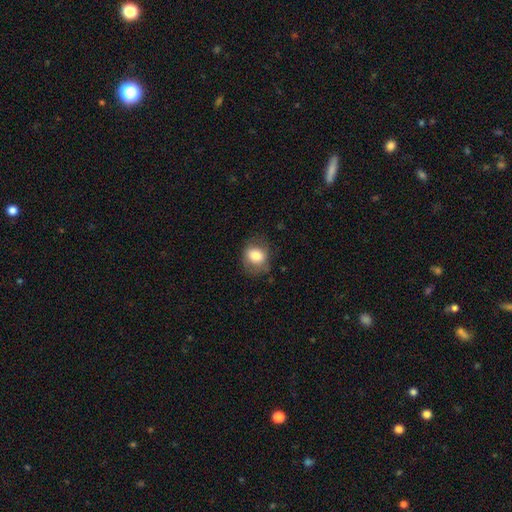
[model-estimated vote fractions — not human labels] A smooth galaxy with no disk features (78%) that is round (53%). Merging: none (68%).